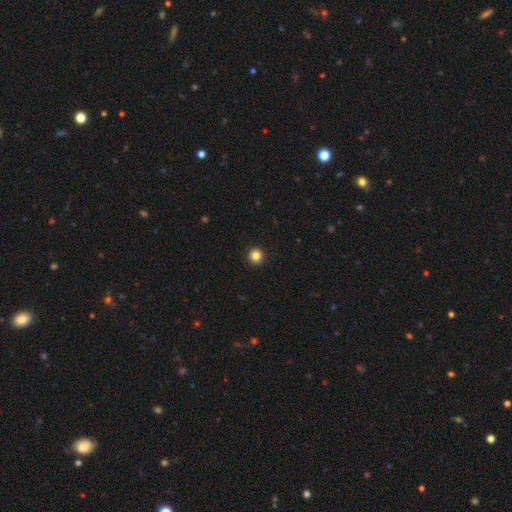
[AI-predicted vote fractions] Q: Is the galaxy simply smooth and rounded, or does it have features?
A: smooth — 85%.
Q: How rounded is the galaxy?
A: round — 94%.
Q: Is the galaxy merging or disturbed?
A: none — 93%.